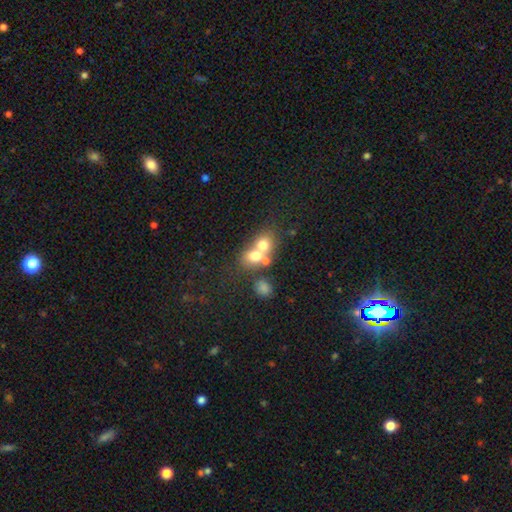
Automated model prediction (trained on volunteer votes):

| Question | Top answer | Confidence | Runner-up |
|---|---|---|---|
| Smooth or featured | smooth | 67% | featured or disk (20%) |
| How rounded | round | 60% | in between (39%) |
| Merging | merger | 65% | none (25%) |